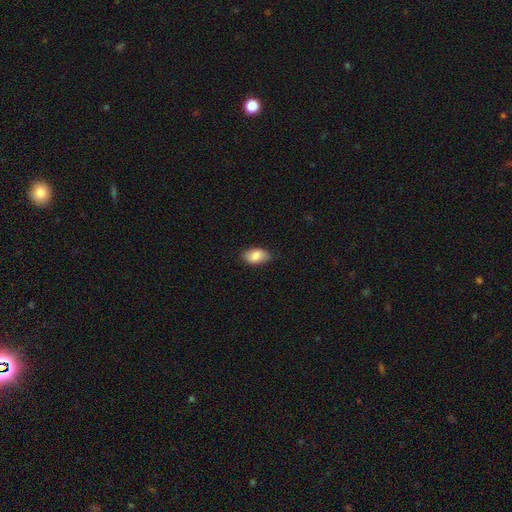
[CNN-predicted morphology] type=smooth (84%); roundness=in between (92%); merging=none (84%).